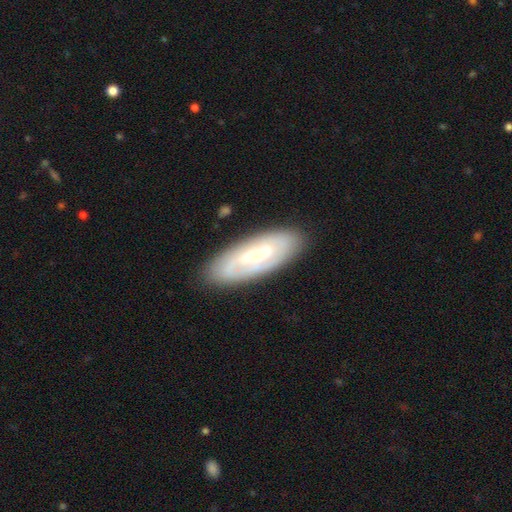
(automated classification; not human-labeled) Overall: featured or disk (68%). Edge-on disk: no (87%). Bar: no (52%; weak 38%). Spiral arms: yes (83%). Bulge size: small (59%; moderate 35%). Merging: none (84%).